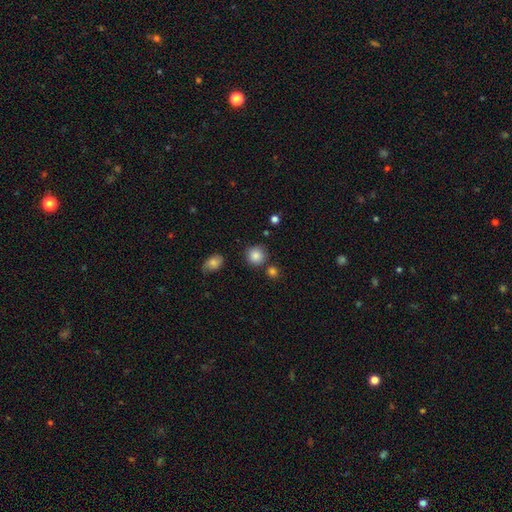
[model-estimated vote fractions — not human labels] Smooth or featured: smooth — 85% (star or artifact — 10%)
How rounded: round — 90% (in between — 9%)
Merging: none — 80% (minor disturbance — 10%)